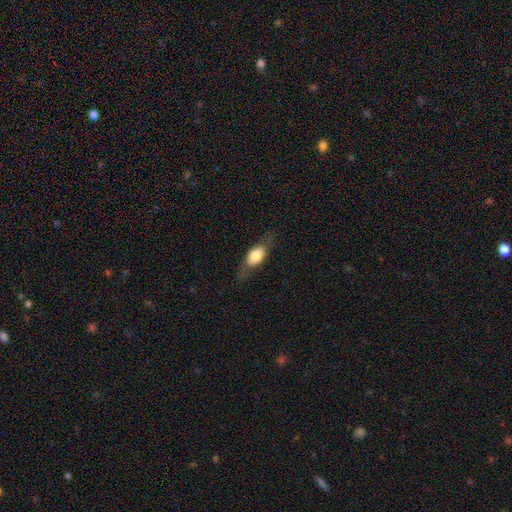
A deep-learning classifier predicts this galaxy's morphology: type=smooth (61%); roundness=in between (73%); merging=none (75%).